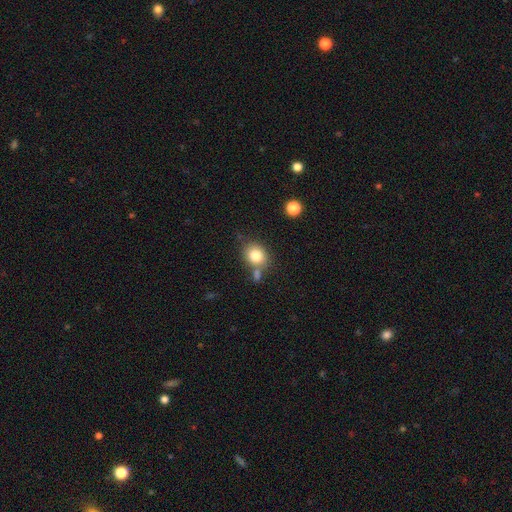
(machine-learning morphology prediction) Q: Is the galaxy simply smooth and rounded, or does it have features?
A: smooth — 81%.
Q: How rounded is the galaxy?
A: round — 65%.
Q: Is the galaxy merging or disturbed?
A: none — 61%.